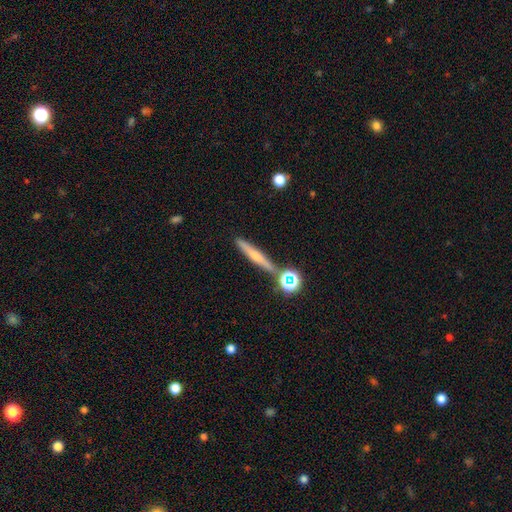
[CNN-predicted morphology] A featured or disk galaxy (49%). Merging: none (82%).